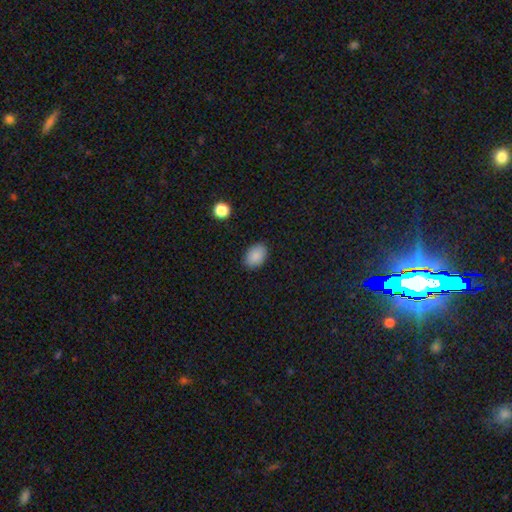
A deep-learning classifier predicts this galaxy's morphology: Q: Smooth or featured?
A: smooth (88%); runner-up: star or artifact (8%)
Q: How rounded?
A: in between (82%); runner-up: round (17%)
Q: Merging?
A: none (88%); runner-up: minor disturbance (9%)